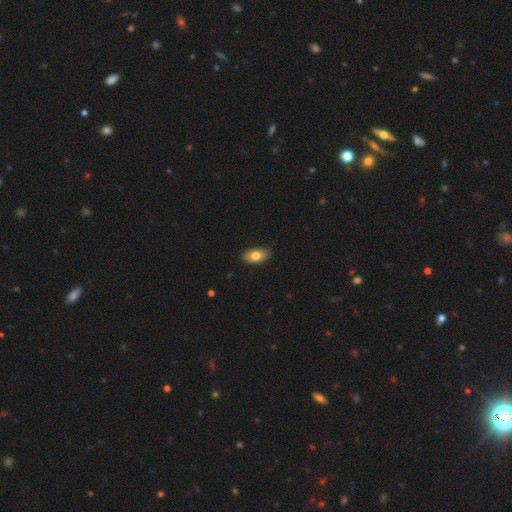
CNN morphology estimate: Smooth or featured? smooth (81%)
How rounded? in between (92%)
Merging? none (83%)